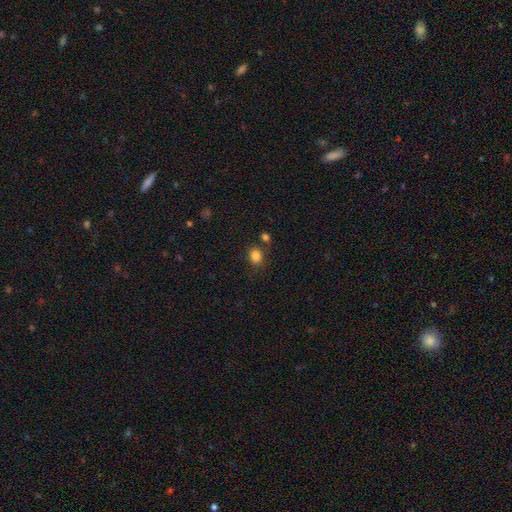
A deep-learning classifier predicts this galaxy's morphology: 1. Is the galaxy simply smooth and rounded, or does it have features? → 83% smooth, 11% star or artifact, 5% featured or disk.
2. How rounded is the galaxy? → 52% in between, 47% round, 1% cigar-shaped.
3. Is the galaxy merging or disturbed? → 70% none, 14% minor disturbance, 11% merger, 5% major disturbance.